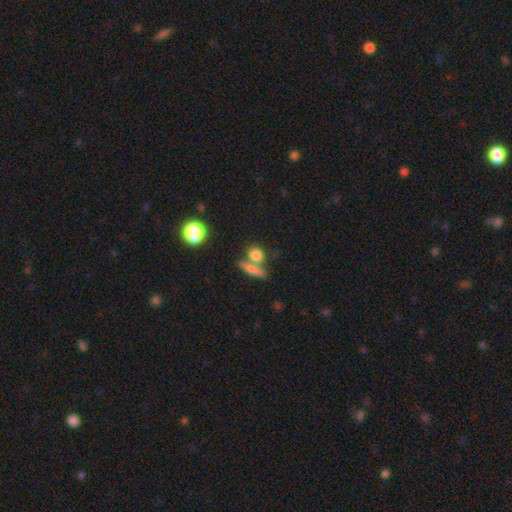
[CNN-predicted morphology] Smooth or featured? Predicted: smooth (p=0.78). How rounded? Predicted: round (p=0.55). Merging? Predicted: none (p=0.52).